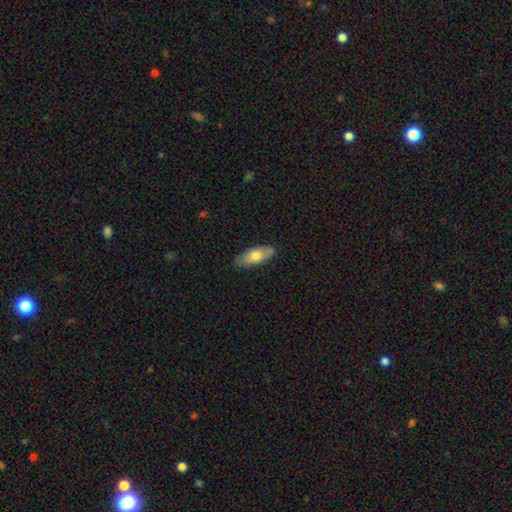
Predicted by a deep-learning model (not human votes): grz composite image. It shows a smooth galaxy with no disk features (68%) that is in between round and cigar-shaped (76%). Merging: none (83%).